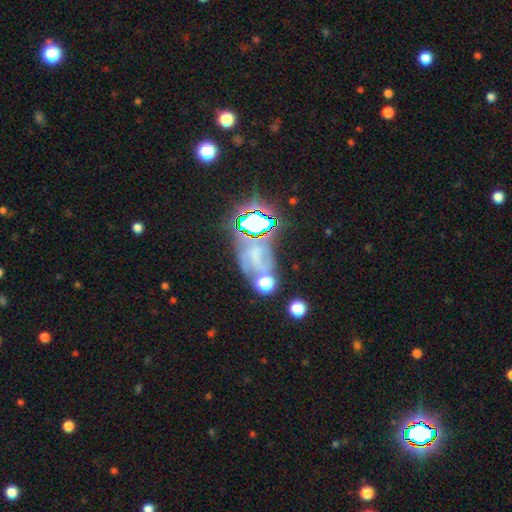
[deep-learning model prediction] This is marginally a featured or disk galaxy (39%). Merging: marginally none (44%).